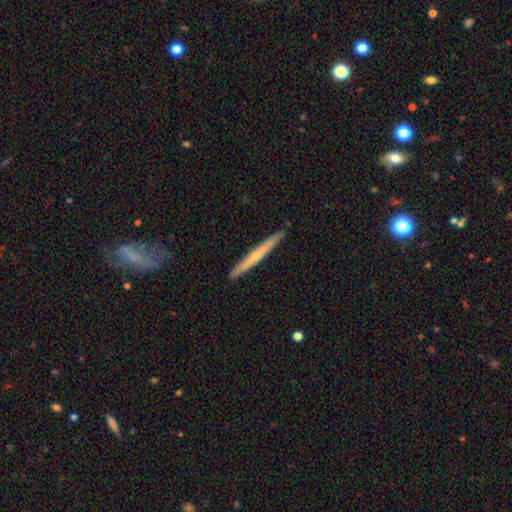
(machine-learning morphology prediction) Smooth or featured?
  - featured or disk: 55% *
  - smooth: 39%
  - star or artifact: 6%
Edge-on disk?
  - yes: 96% *
  - no: 4%
Edge-on bulge?
  - rounded: 56% *
  - none: 41%
  - boxy: 3%
Merging?
  - none: 91% *
  - minor disturbance: 7%
  - major disturbance: 1%
  - merger: 1%